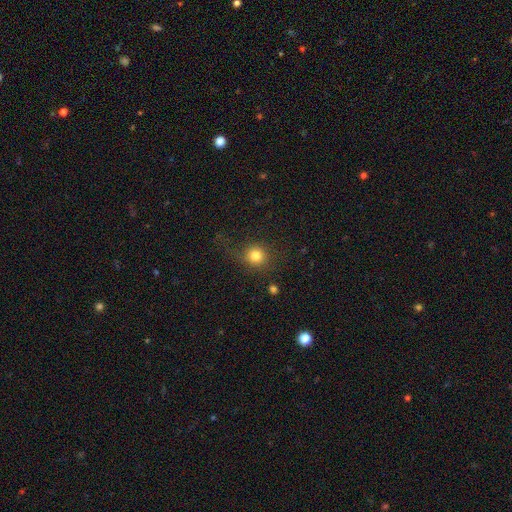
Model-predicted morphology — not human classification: Smooth or featured: smooth — 80% (star or artifact — 13%)
How rounded: round — 89% (in between — 10%)
Merging: none — 71% (minor disturbance — 15%)